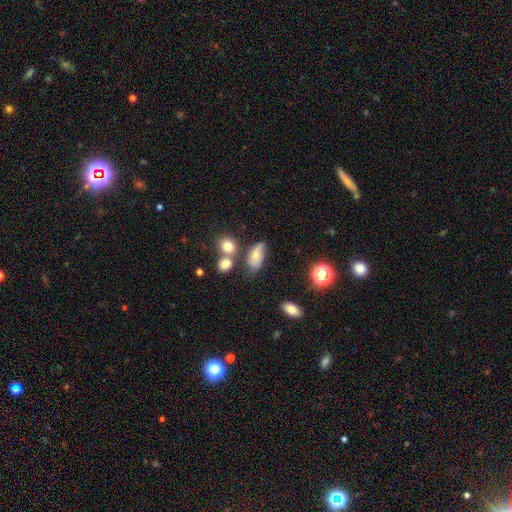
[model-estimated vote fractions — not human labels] Smooth or featured? smooth (58%)
How rounded? in between (86%)
Merging? none (42%)